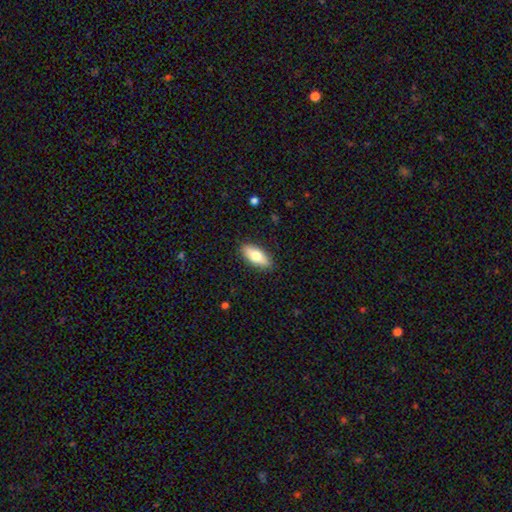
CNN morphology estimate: smooth 73%, featured or disk 21%, star or artifact 6%. Down the decision tree: how rounded — in between (83%); merging — none (88%).